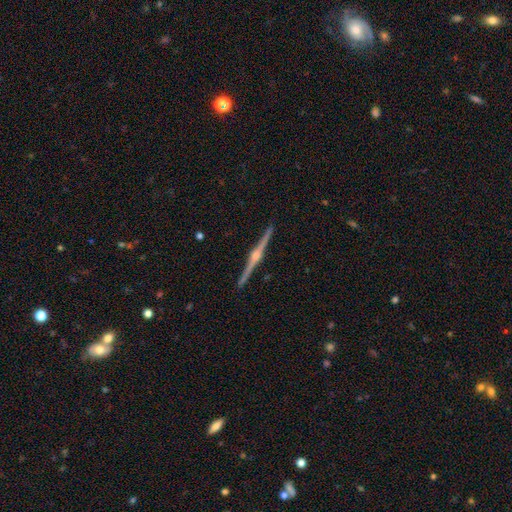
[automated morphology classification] Q: Smooth or featured?
A: featured or disk (82%); runner-up: smooth (11%)
Q: Edge-on disk?
A: yes (98%); runner-up: no (2%)
Q: Edge-on bulge?
A: rounded (87%); runner-up: none (7%)
Q: Merging?
A: none (90%); runner-up: minor disturbance (7%)